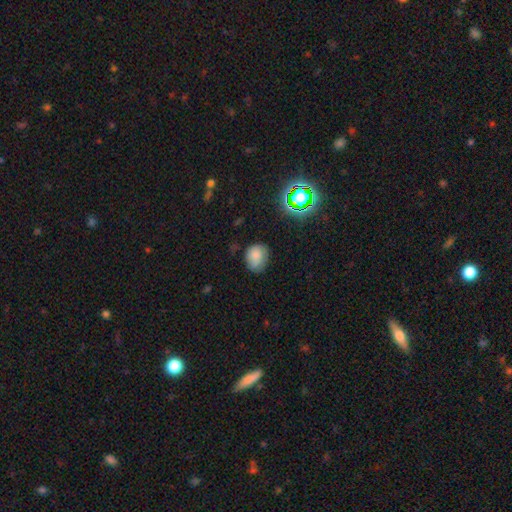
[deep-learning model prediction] Smooth or featured?
  - smooth: 76% *
  - star or artifact: 13%
  - featured or disk: 11%
How rounded?
  - round: 55% *
  - in between: 44%
  - cigar-shaped: 1%
Merging?
  - none: 63% *
  - minor disturbance: 28%
  - major disturbance: 7%
  - merger: 2%